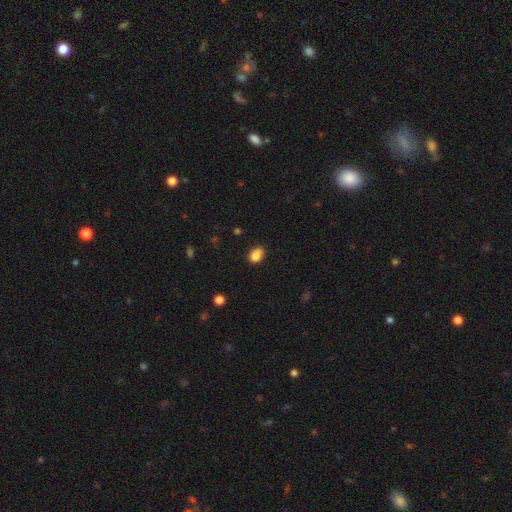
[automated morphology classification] Smooth or featured? smooth (86%)
How rounded? in between (62%)
Merging? none (75%)